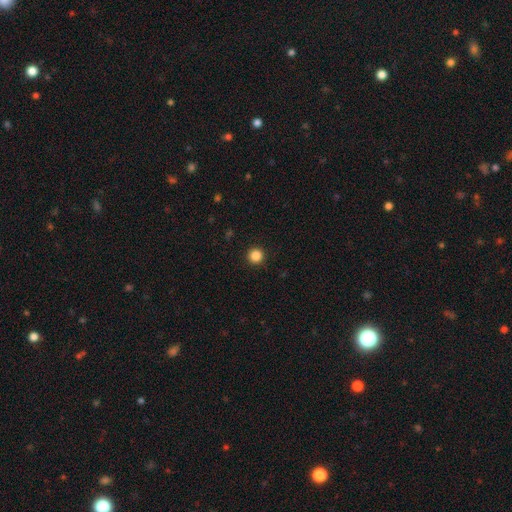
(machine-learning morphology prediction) smooth 86%, star or artifact 11%, featured or disk 3%. Down the decision tree: how rounded — round (96%); merging — none (93%).